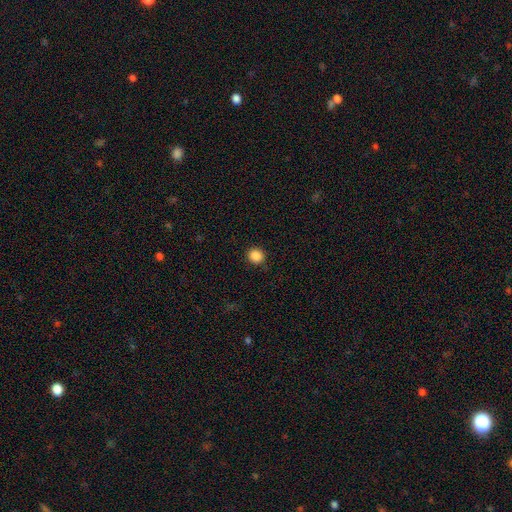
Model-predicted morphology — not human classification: A smooth galaxy with no disk features (87%) that is round (86%).

Vote fractions:
- Smooth or featured? smooth: 87% / star or artifact: 10% / featured or disk: 3%
- How rounded? round: 86% / in between: 13% / cigar-shaped: 1%
- Merging? none: 90% / minor disturbance: 7% / major disturbance: 2% / merger: 1%